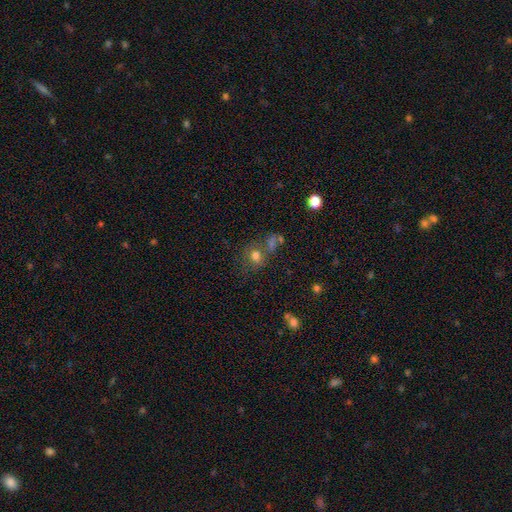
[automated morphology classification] Smooth or featured? Predicted: smooth (p=0.70). How rounded? Predicted: round (p=0.72). Merging? Predicted: none (p=0.56).